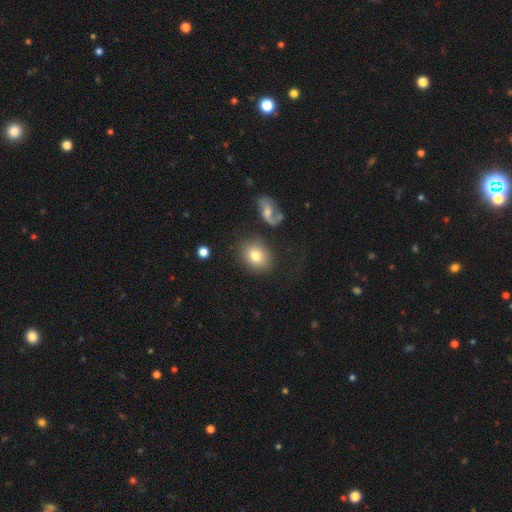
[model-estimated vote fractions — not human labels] smooth-or-featured: smooth: 78% | featured or disk: 13% | star or artifact: 9%
  how-rounded: in between: 51% | round: 48% | cigar-shaped: 1%
  merging: none: 76% | minor disturbance: 13% | merger: 6% | major disturbance: 5%